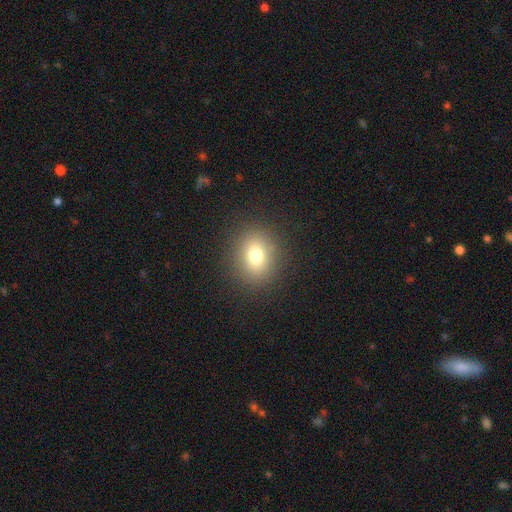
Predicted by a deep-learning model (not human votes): smooth 75%, star or artifact 14%, featured or disk 10%. Down the decision tree: how rounded — round (64%); merging — none (88%).